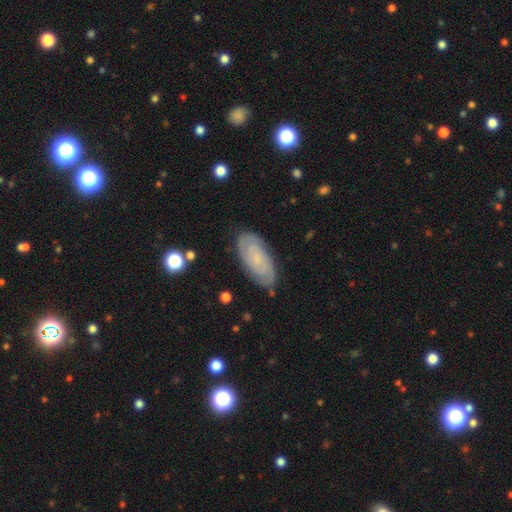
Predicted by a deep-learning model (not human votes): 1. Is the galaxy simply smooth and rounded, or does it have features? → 64% featured or disk, 28% smooth, 8% star or artifact.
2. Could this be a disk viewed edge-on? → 93% no, 7% yes.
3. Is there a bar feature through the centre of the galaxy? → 67% no, 27% weak, 6% strong.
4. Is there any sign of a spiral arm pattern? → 89% yes, 11% no.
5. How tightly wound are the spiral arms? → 68% tight, 25% medium, 7% loose.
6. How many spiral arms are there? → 45% 2, 37% can't tell, 8% 3, 4% 4, 3% 1, 3% more than 4.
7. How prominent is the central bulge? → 64% small, 22% none, 11% moderate, 2% large, 1% dominant.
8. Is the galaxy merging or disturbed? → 81% none, 14% minor disturbance, 3% major disturbance, 1% merger.